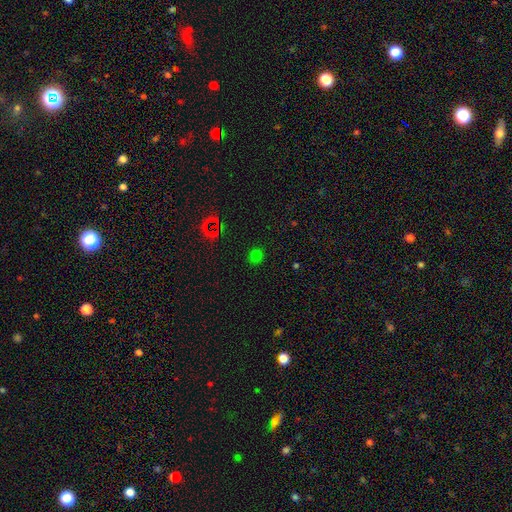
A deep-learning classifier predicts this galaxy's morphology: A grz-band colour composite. It shows a smooth galaxy with no disk features (70%) that is round (88%). Merging: none (90%).